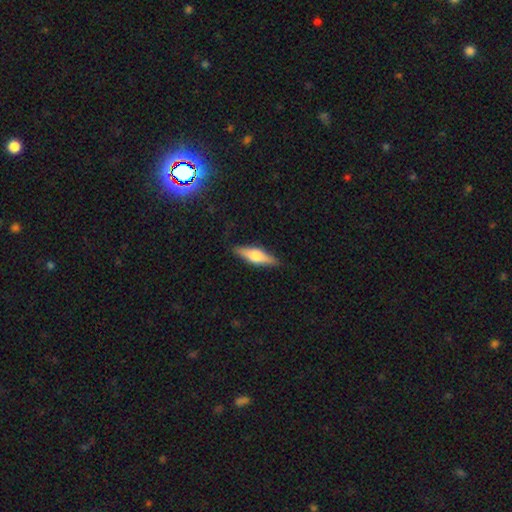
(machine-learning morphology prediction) smooth_or_featured: smooth (p=0.48) [alt: featured or disk p=0.46]
merging: none (p=0.87) [alt: minor disturbance p=0.10]